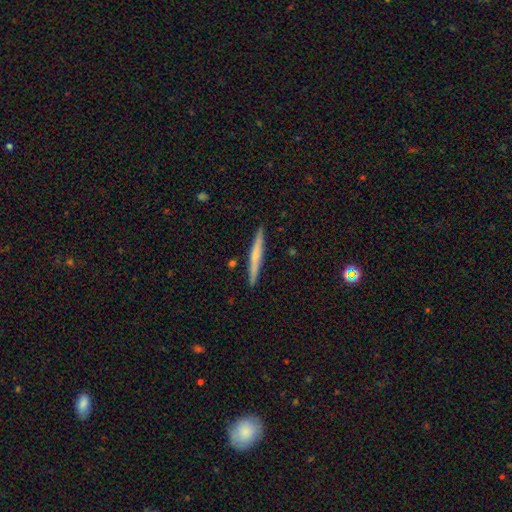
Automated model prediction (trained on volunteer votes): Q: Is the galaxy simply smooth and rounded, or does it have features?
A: smooth — 50%.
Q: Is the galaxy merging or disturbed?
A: none — 91%.